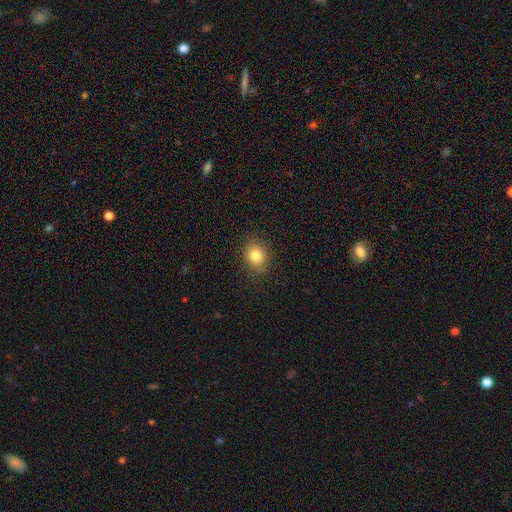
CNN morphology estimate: Overall: smooth (82%). How rounded: round (67%; in between 32%). Merging: none (86%).